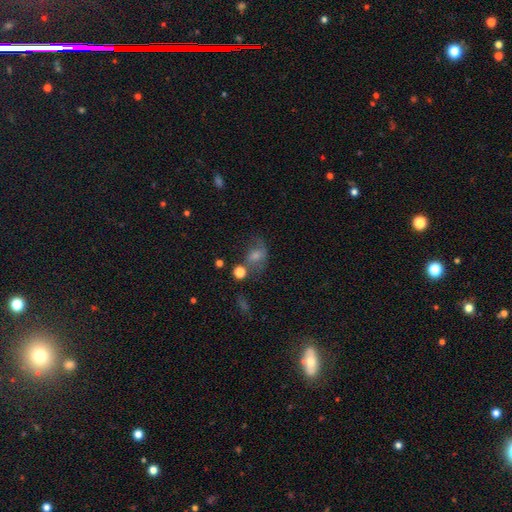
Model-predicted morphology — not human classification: Smooth or featured?
  - smooth: 54% *
  - featured or disk: 31%
  - star or artifact: 15%
How rounded?
  - in between: 65% *
  - round: 33%
  - cigar-shaped: 2%
Merging?
  - none: 38% *
  - major disturbance: 25%
  - minor disturbance: 25%
  - merger: 12%